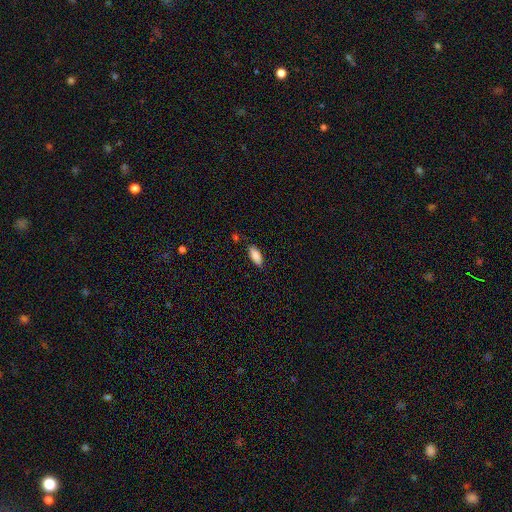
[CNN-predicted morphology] type=smooth (88%); roundness=in between (83%); merging=none (80%).